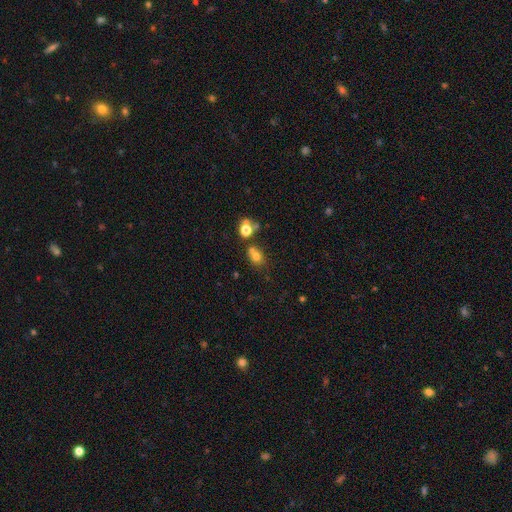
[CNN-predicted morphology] A smooth galaxy with no disk features (69%) that is round (67%). Merging: none (43%).